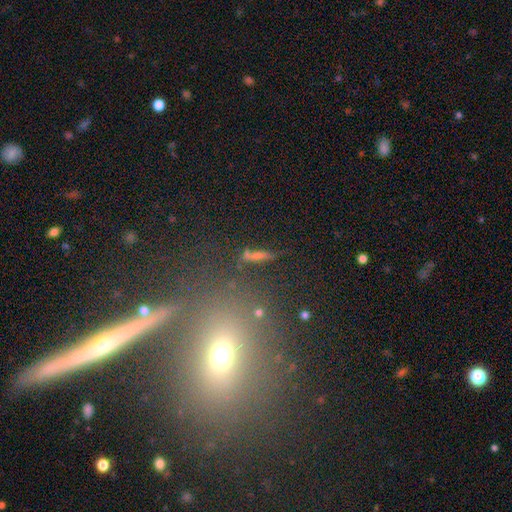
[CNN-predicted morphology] Smooth or featured? Predicted: smooth (p=0.53). How rounded? Predicted: cigar-shaped (p=0.74). Merging? Predicted: none (p=0.61).